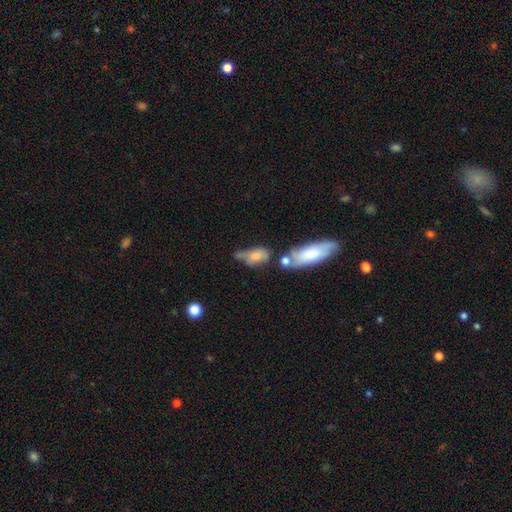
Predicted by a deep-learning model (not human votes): The model was most divided on "merging": merger: 30%, none: 28%, minor disturbance: 24%, major disturbance: 18%. More confident: how rounded — in between (81%); smooth or featured — smooth (67%).